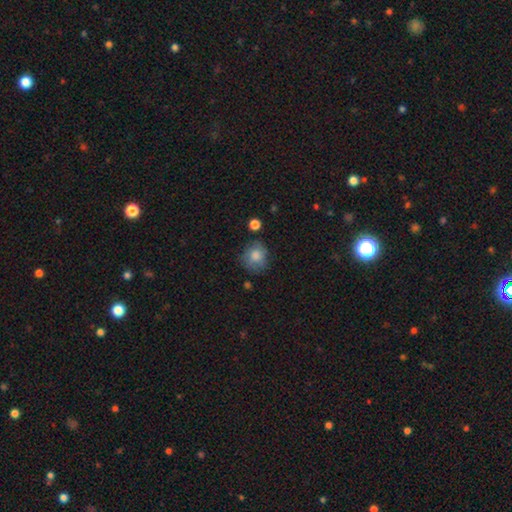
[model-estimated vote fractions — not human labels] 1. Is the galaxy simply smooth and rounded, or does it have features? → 76% smooth, 15% featured or disk, 9% star or artifact.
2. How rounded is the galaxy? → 78% round, 21% in between, 1% cigar-shaped.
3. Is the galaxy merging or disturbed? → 67% none, 22% minor disturbance, 7% major disturbance, 3% merger.